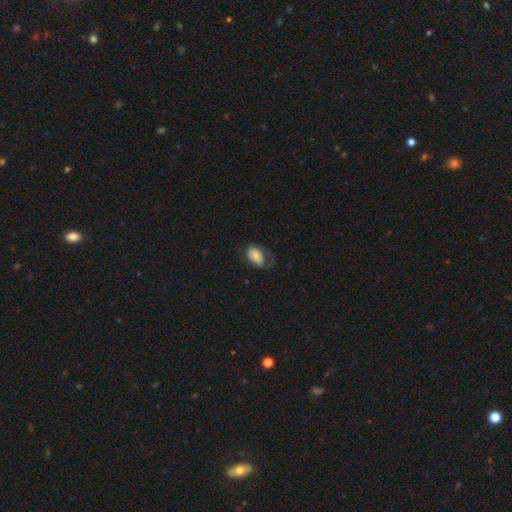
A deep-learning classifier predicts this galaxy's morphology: This appears to be a smooth galaxy with no disk features (66%) that is in between round and cigar-shaped (87%). Merging: none (48%).